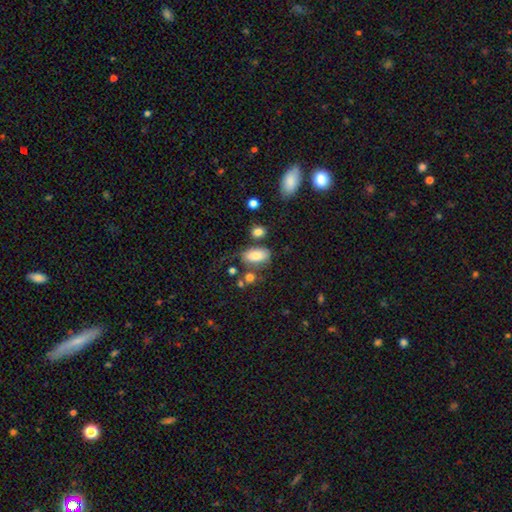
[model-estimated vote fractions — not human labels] This is likely a smooth galaxy (79%). How rounded: clearly in between (91%). Merging: possibly none (58%).